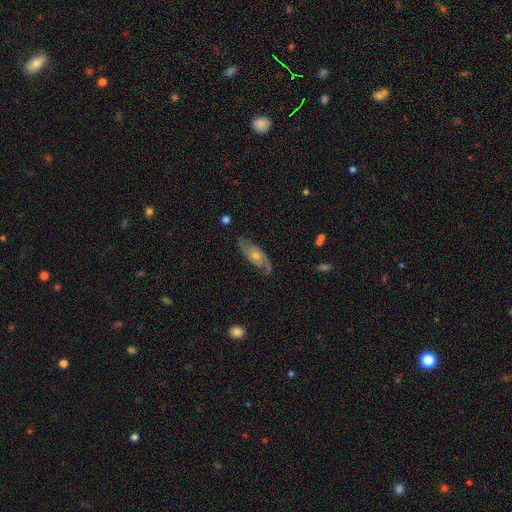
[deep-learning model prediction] Morphology: type=featured or disk (83%); edge-on=no (89%); bar=no (72%); spiral arms=yes (95%); winding=medium (46%); arm count=2 (86%); bulge=moderate (57%); merging=none (79%).